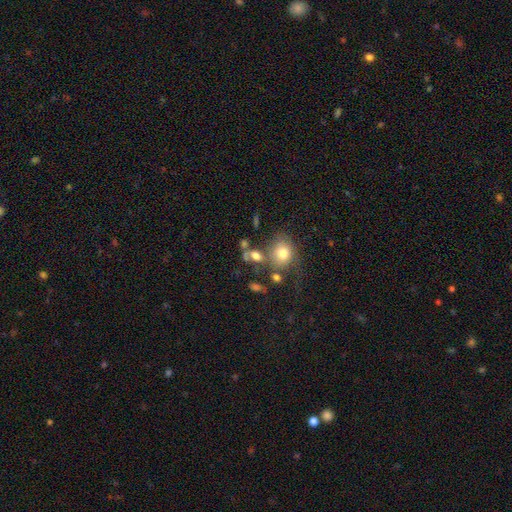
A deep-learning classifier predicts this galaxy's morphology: smooth 68%, featured or disk 17%, star or artifact 15%. Down the decision tree: how rounded — in between (57%); merging — none (43%).